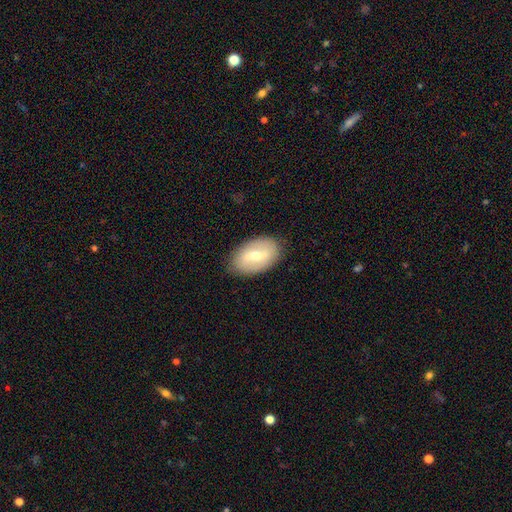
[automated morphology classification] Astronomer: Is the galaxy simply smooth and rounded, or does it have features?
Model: featured or disk — 50% (runner-up: smooth, 44%).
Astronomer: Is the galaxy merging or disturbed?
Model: none — 85%.